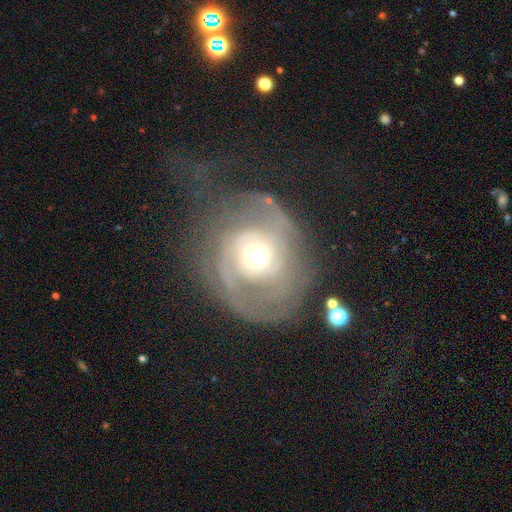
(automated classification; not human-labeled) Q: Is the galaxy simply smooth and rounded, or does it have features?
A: featured or disk — 77%.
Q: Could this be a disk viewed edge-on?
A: no — 97%.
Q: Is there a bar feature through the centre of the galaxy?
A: no — 75%.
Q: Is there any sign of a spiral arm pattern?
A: yes — 82%.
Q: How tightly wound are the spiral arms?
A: tight — 50%.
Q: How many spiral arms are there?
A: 2 — 42%.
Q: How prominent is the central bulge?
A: moderate — 64%.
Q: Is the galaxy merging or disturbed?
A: none — 42%.